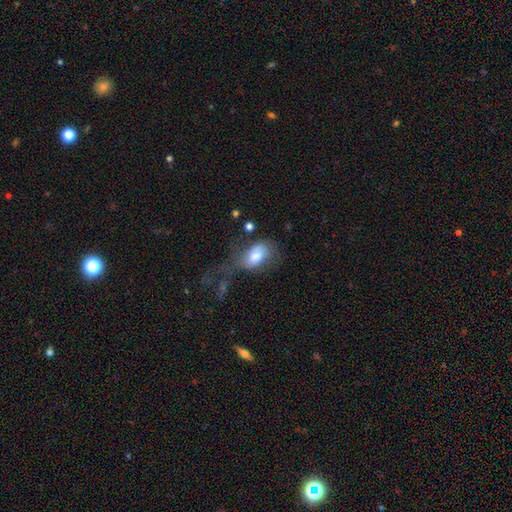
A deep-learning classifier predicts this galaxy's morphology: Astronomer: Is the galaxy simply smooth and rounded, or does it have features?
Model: smooth — 70%.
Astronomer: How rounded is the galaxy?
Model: in between — 89%.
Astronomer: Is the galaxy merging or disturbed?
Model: major disturbance — 47% (runner-up: none, 24%).